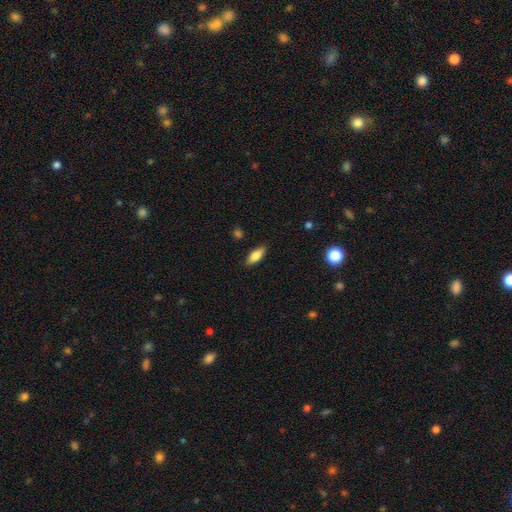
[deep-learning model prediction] smooth 79%, featured or disk 14%, star or artifact 7%. Down the decision tree: how rounded — in between (73%); merging — none (87%).